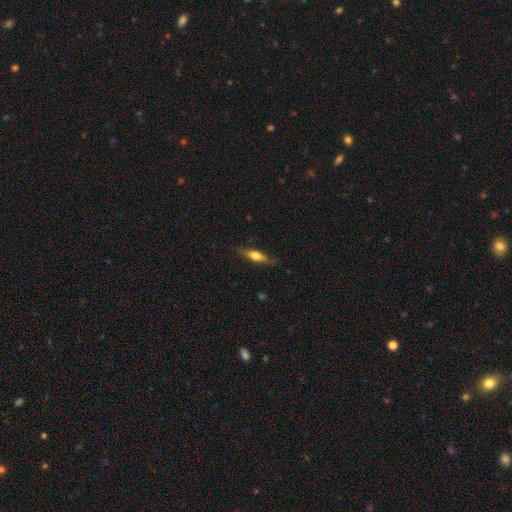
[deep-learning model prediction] A featured or disk galaxy (49%).

Vote fractions:
- Smooth or featured? featured or disk: 49% / smooth: 45% / star or artifact: 6%
- Merging? none: 79% / minor disturbance: 16% / major disturbance: 4% / merger: 1%